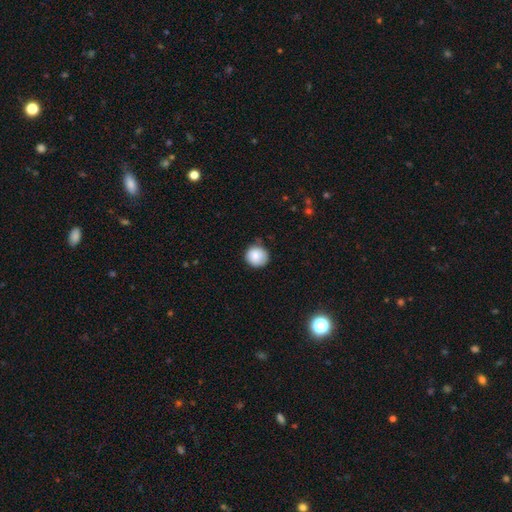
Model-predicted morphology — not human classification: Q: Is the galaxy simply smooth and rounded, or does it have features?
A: smooth — 85%.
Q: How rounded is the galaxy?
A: round — 92%.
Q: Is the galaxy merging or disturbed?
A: none — 78%.